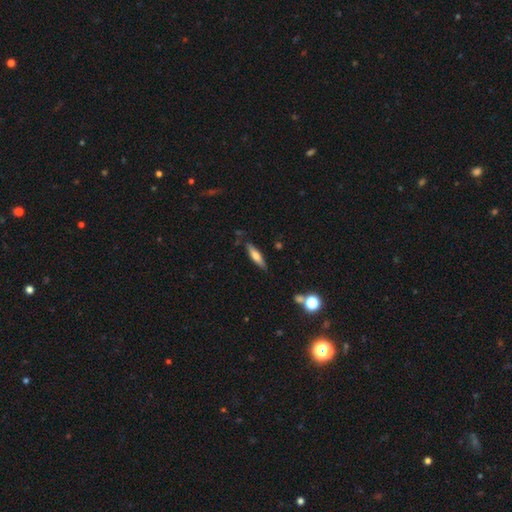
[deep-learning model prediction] This is likely a smooth galaxy (61%). How rounded: likely cigar-shaped (70%). Merging: clearly none (80%).